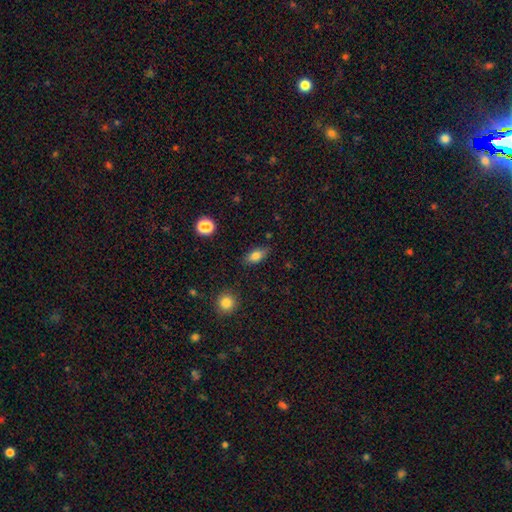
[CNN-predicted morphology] Overall: smooth (81%). How rounded: in between (85%). Merging: none (79%).